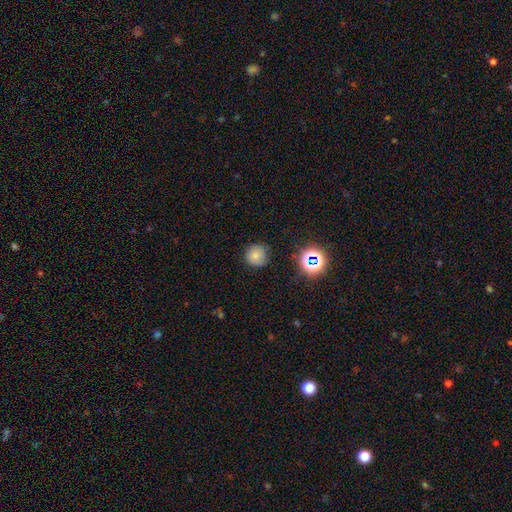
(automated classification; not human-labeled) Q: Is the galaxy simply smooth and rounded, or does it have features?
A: smooth — 74%.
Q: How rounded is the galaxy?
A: round — 94%.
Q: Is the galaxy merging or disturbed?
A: none — 84%.